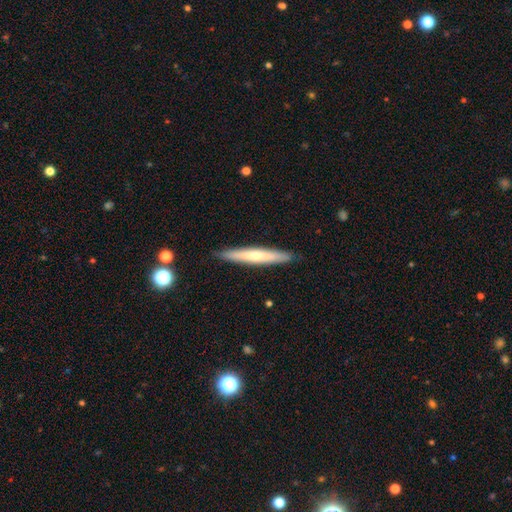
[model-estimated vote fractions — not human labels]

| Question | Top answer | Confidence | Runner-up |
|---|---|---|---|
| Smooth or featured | smooth | 54% | featured or disk (41%) |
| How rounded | cigar-shaped | 95% | in between (4%) |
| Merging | none | 90% | minor disturbance (7%) |